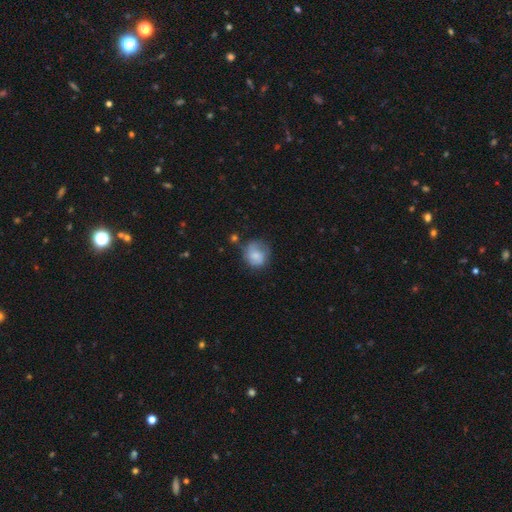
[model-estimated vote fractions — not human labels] A smooth galaxy with no disk features (63%) that is round (78%).

Vote fractions:
- Smooth or featured? smooth: 63% / featured or disk: 28% / star or artifact: 8%
- How rounded? round: 78% / in between: 21% / cigar-shaped: 1%
- Merging? none: 56% / minor disturbance: 27% / major disturbance: 13% / merger: 4%